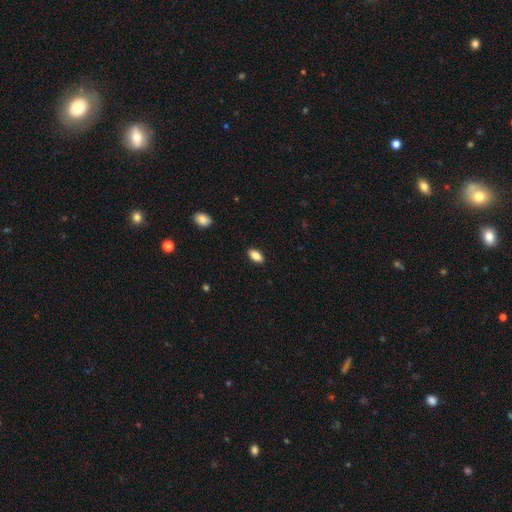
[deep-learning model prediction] Smooth or featured? Predicted: smooth (p=0.83). How rounded? Predicted: in between (p=0.90). Merging? Predicted: none (p=0.89).